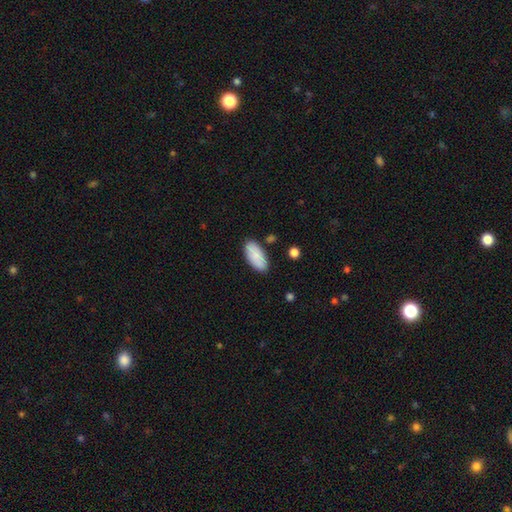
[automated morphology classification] Smooth or featured? smooth (84%)
How rounded? in between (92%)
Merging? none (82%)